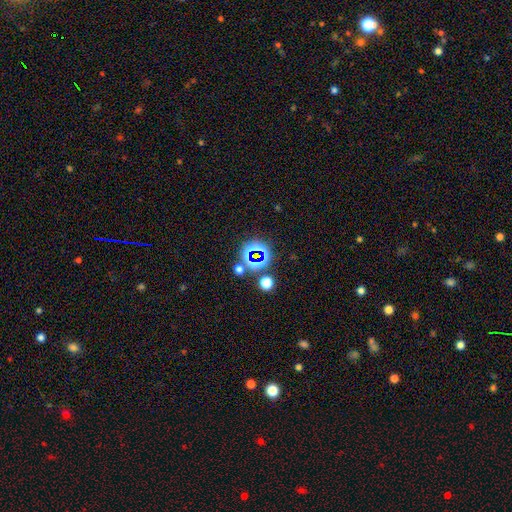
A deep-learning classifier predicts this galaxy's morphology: The model was most divided on "smooth or featured": star or artifact: 63%, smooth: 27%, featured or disk: 11%.